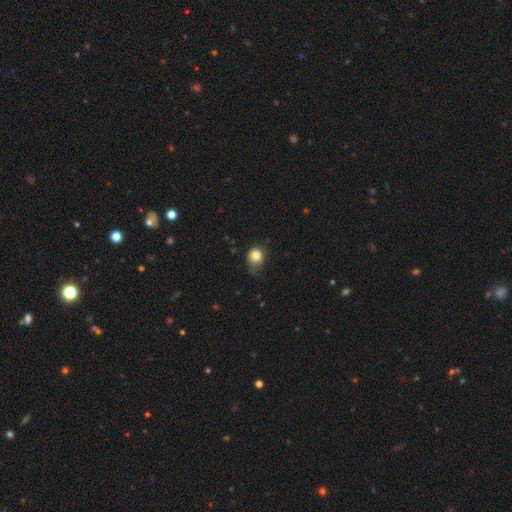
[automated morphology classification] Smooth or featured? smooth (82%)
How rounded? round (73%)
Merging? none (52%)